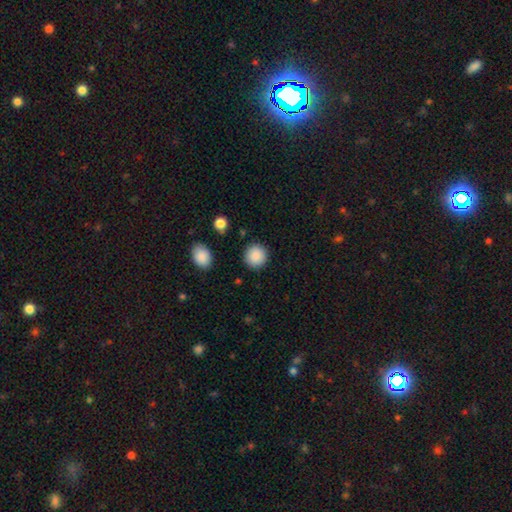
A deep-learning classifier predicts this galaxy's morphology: A smooth galaxy with no disk features (89%) that is round (93%).

Vote fractions:
- Smooth or featured? smooth: 89% / star or artifact: 8% / featured or disk: 3%
- How rounded? round: 93% / in between: 6% / cigar-shaped: 1%
- Merging? none: 90% / minor disturbance: 6% / major disturbance: 2% / merger: 2%